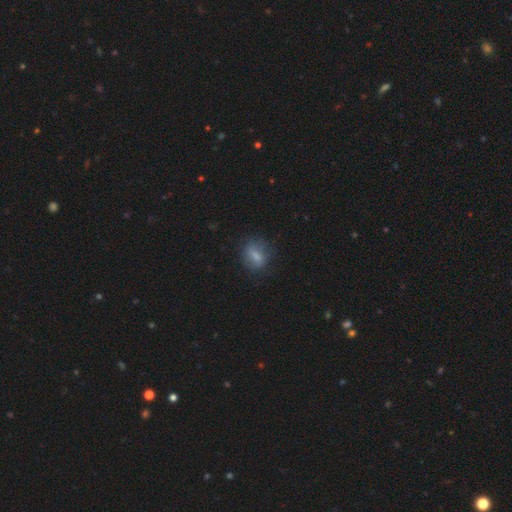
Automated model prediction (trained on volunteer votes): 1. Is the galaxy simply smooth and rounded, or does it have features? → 71% smooth, 20% featured or disk, 10% star or artifact.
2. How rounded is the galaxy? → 53% in between, 44% round, 3% cigar-shaped.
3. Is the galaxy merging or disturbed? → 68% none, 21% minor disturbance, 9% major disturbance, 2% merger.